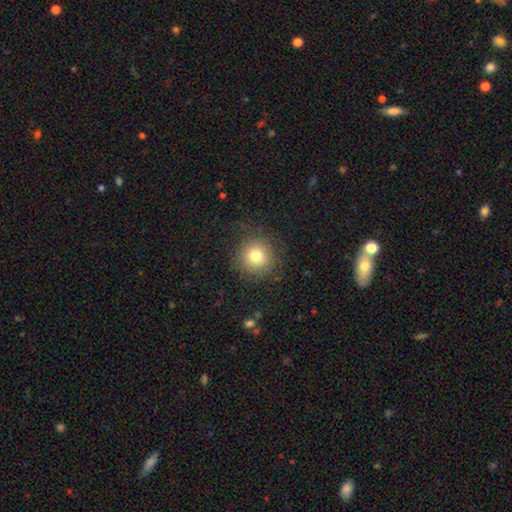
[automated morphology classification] This appears to be a smooth galaxy with no disk features (77%) that is round (94%). Merging: none (84%).